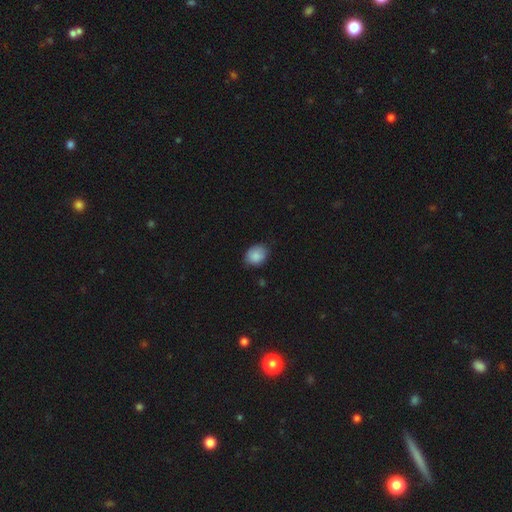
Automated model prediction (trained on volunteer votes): Smooth or featured? smooth (87%)
How rounded? in between (53%)
Merging? none (74%)